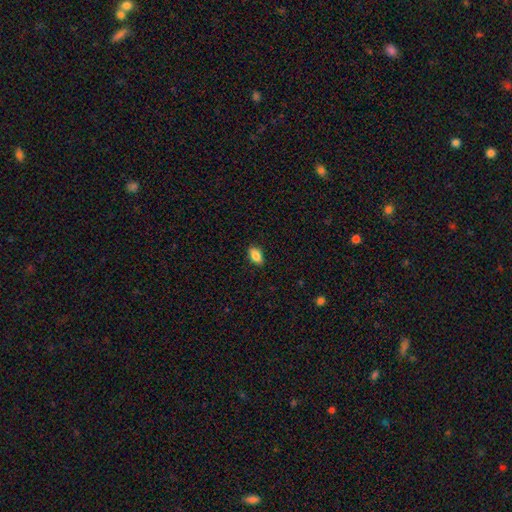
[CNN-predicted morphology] smooth_or_featured: smooth (p=0.86) [alt: star or artifact p=0.08]
how_rounded: in between (p=0.91) [alt: round p=0.06]
merging: none (p=0.88) [alt: minor disturbance p=0.09]